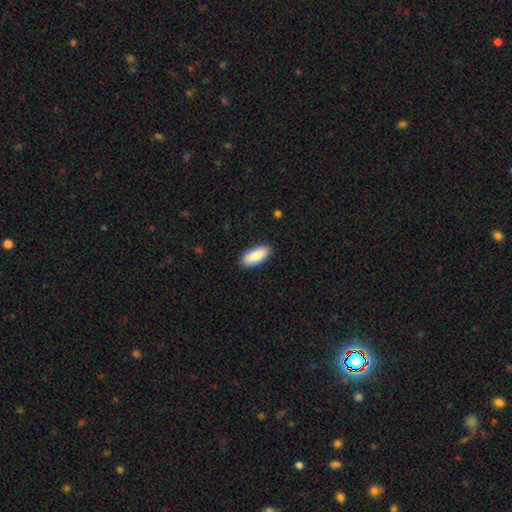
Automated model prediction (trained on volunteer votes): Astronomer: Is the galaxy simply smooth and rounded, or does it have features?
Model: smooth — 89%.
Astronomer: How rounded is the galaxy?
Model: in between — 83%.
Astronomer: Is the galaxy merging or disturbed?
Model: none — 90%.